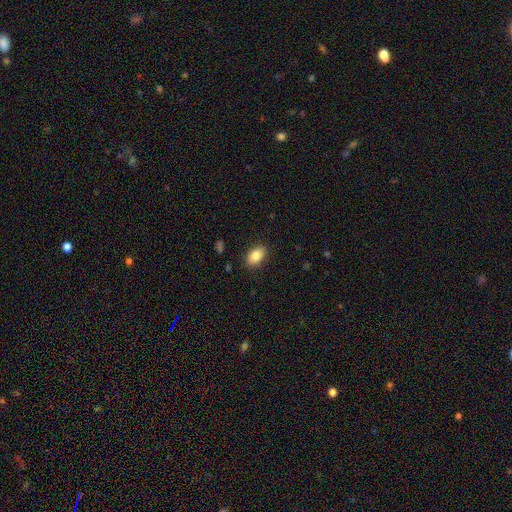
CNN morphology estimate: smooth-or-featured: smooth: 84% | star or artifact: 8% | featured or disk: 8%
  how-rounded: in between: 88% | round: 11% | cigar-shaped: 1%
  merging: none: 88% | minor disturbance: 9% | major disturbance: 2% | merger: 1%